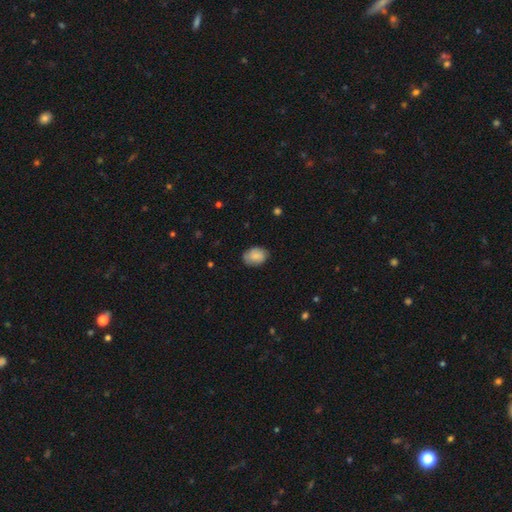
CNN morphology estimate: smooth 82%, featured or disk 11%, star or artifact 7%. Down the decision tree: how rounded — in between (76%); merging — none (79%).